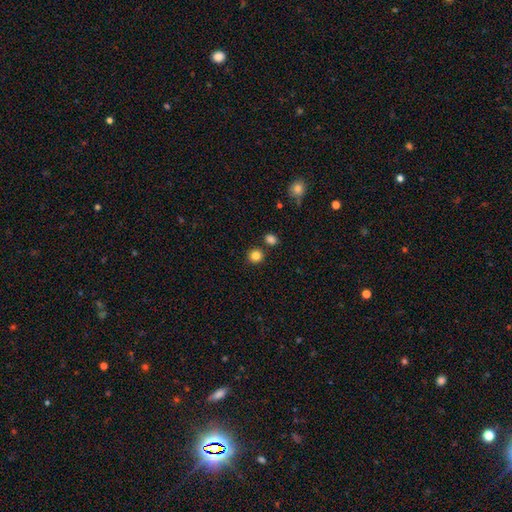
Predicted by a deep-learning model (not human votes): A smooth galaxy with no disk features (84%) that is round (91%).

Vote fractions:
- Smooth or featured? smooth: 84% / star or artifact: 12% / featured or disk: 4%
- How rounded? round: 91% / in between: 8% / cigar-shaped: 1%
- Merging? none: 84% / merger: 8% / minor disturbance: 6% / major disturbance: 2%